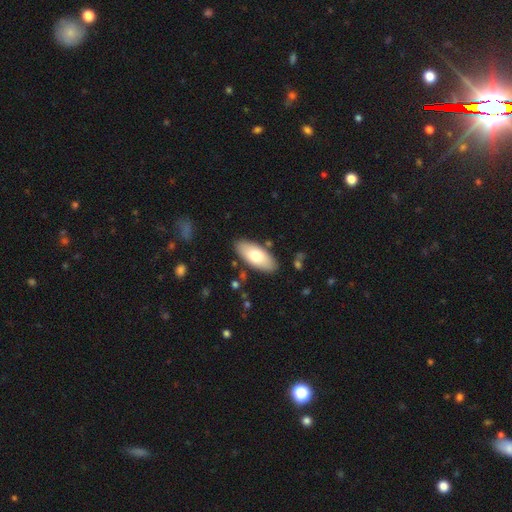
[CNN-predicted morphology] smooth 71%, featured or disk 23%, star or artifact 5%. Down the decision tree: how rounded — in between (88%); merging — none (87%).